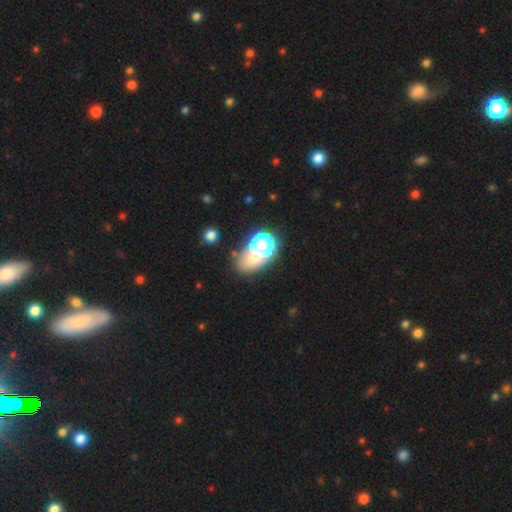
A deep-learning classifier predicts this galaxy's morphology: smooth-or-featured: smooth: 52% | featured or disk: 28% | star or artifact: 19%
  how-rounded: in between: 78% | round: 19% | cigar-shaped: 3%
  merging: none: 32% | merger: 24% | major disturbance: 23% | minor disturbance: 20%